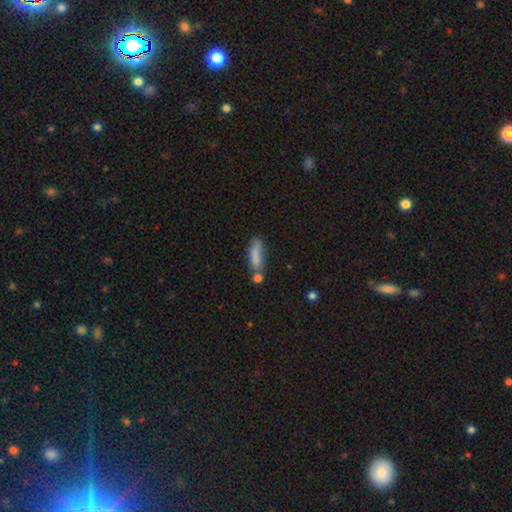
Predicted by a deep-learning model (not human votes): A smooth galaxy with no disk features (81%) that is cigar-shaped (54%).

Vote fractions:
- Smooth or featured? smooth: 81% / featured or disk: 11% / star or artifact: 8%
- How rounded? cigar-shaped: 54% / in between: 44% / round: 2%
- Merging? none: 52% / minor disturbance: 22% / merger: 19% / major disturbance: 8%